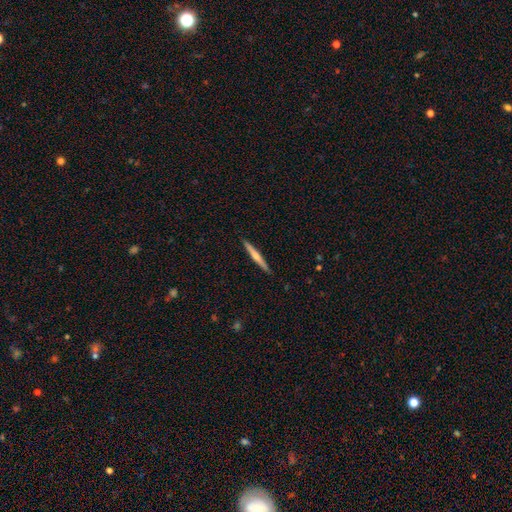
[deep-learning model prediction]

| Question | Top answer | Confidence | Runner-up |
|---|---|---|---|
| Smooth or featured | featured or disk | 53% | smooth (42%) |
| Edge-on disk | yes | 98% | no (2%) |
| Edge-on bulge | rounded | 70% | none (24%) |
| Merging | none | 91% | minor disturbance (6%) |